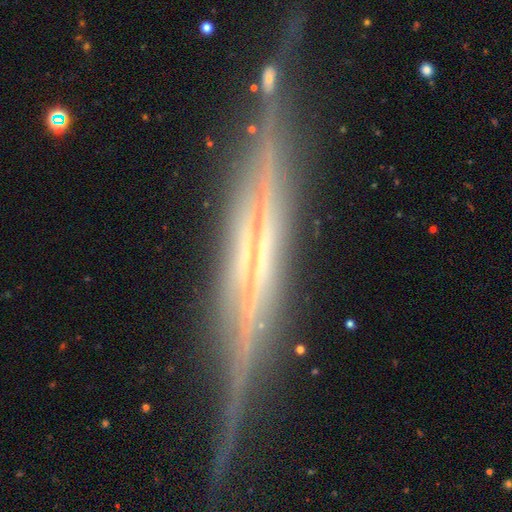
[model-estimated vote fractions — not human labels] A featured or disk galaxy (84%) viewed edge-on (97%) with no central bulge (43%). Merging: none (84%).